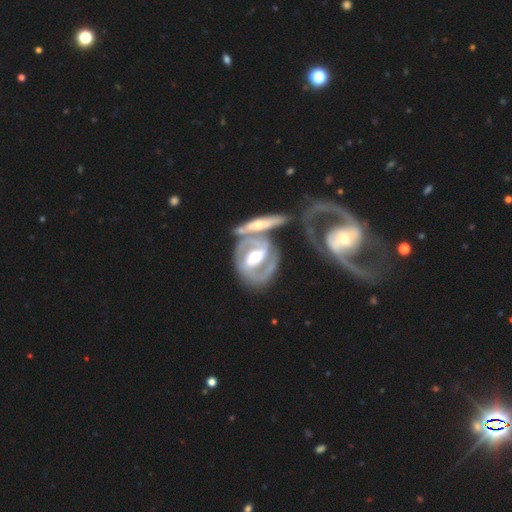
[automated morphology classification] featured or disk 87%, smooth 8%, star or artifact 4%. Down the decision tree: edge-on disk — no (94%); bar — strong (49%); spiral arms — yes (92%); spiral arm count — 2 (78%); spiral winding — tight (45%); bulge size — moderate (70%); merging — merger (44%).